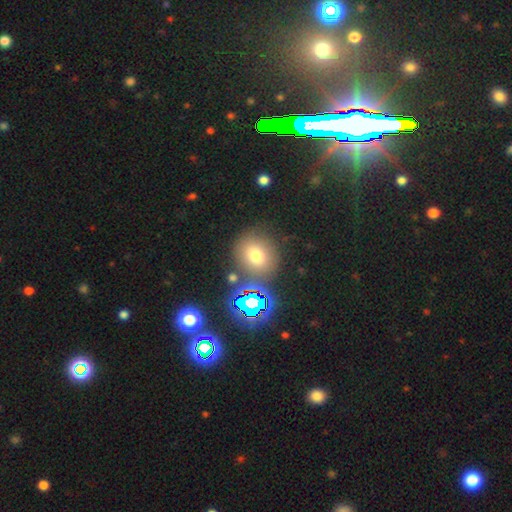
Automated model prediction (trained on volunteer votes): Smooth or featured?
  - smooth: 66% *
  - star or artifact: 23%
  - featured or disk: 11%
How rounded?
  - round: 78% *
  - in between: 21%
  - cigar-shaped: 1%
Merging?
  - none: 77% *
  - minor disturbance: 11%
  - merger: 8%
  - major disturbance: 5%